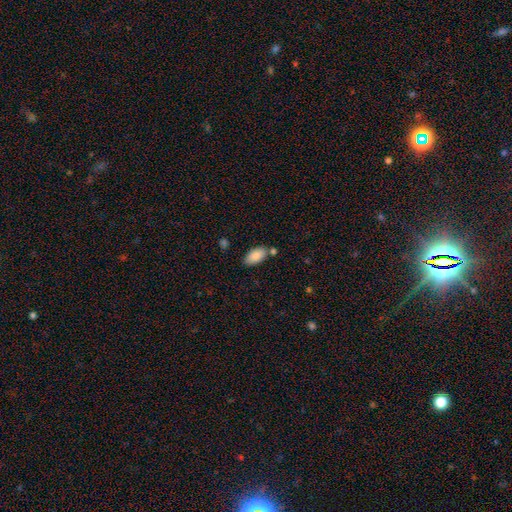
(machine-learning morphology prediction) The model was most divided on "merging": none: 72%, minor disturbance: 14%, merger: 10%, major disturbance: 3%. More confident: how rounded — in between (93%); smooth or featured — smooth (87%).